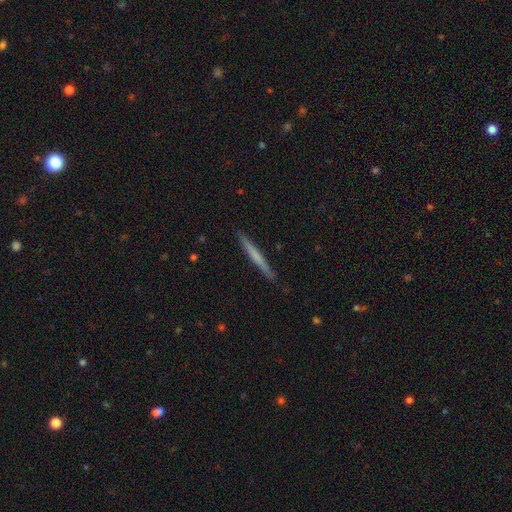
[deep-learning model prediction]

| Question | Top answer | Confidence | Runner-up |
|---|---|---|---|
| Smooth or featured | smooth | 54% | featured or disk (41%) |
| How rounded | cigar-shaped | 97% | in between (2%) |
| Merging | none | 91% | minor disturbance (7%) |